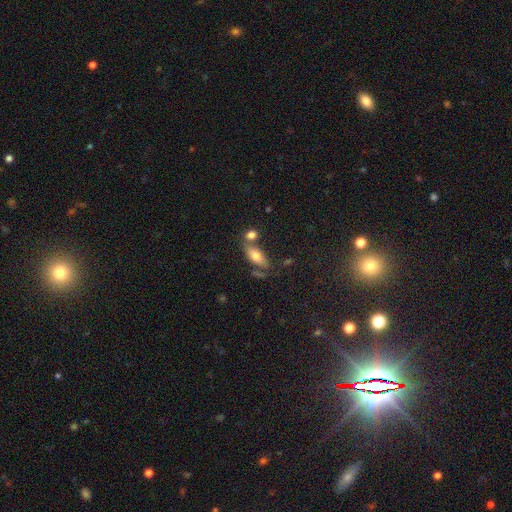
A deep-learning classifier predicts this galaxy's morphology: A smooth galaxy with no disk features (72%) that is in between round and cigar-shaped (77%).

Vote fractions:
- Smooth or featured? smooth: 72% / featured or disk: 20% / star or artifact: 8%
- How rounded? in between: 77% / cigar-shaped: 19% / round: 4%
- Merging? none: 58% / merger: 22% / minor disturbance: 15% / major disturbance: 5%